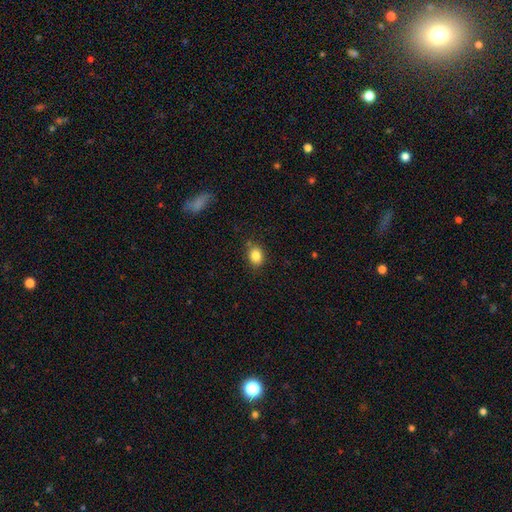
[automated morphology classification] type=smooth (84%); roundness=in between (51%); merging=none (81%).